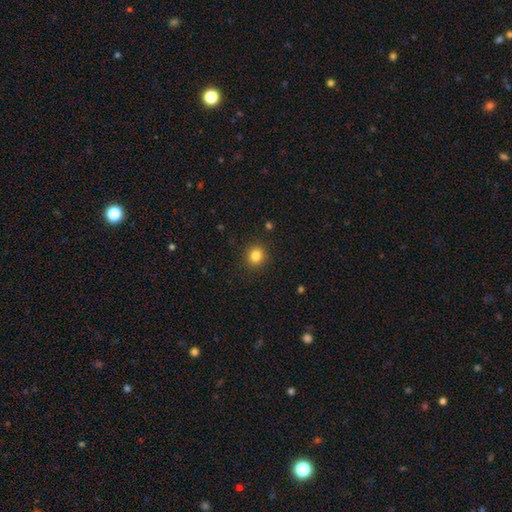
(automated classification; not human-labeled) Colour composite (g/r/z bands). It shows a smooth galaxy with no disk features (84%) that is round (81%). Merging: none (90%).